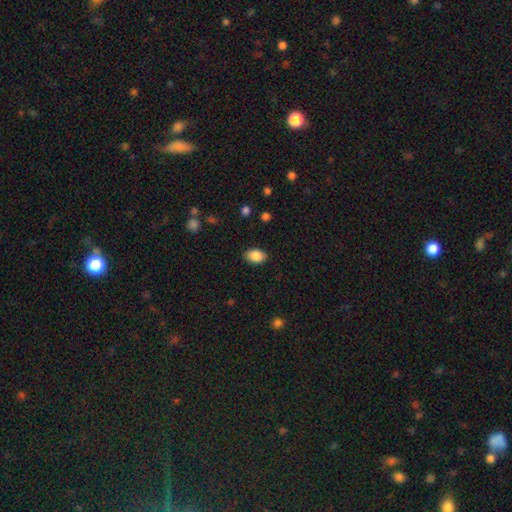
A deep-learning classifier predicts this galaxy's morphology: Q: Smooth or featured?
A: smooth (88%); runner-up: star or artifact (8%)
Q: How rounded?
A: in between (82%); runner-up: round (17%)
Q: Merging?
A: none (87%); runner-up: minor disturbance (10%)